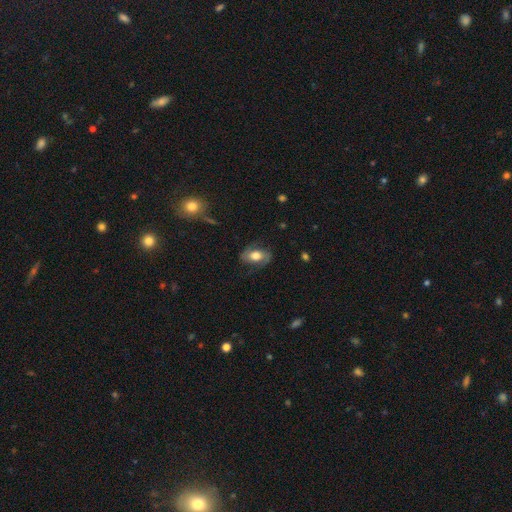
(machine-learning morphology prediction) A smooth galaxy with no disk features (47%).

Vote fractions:
- Smooth or featured? smooth: 47% / featured or disk: 46% / star or artifact: 8%
- Merging? none: 73% / minor disturbance: 18% / major disturbance: 8% / merger: 1%